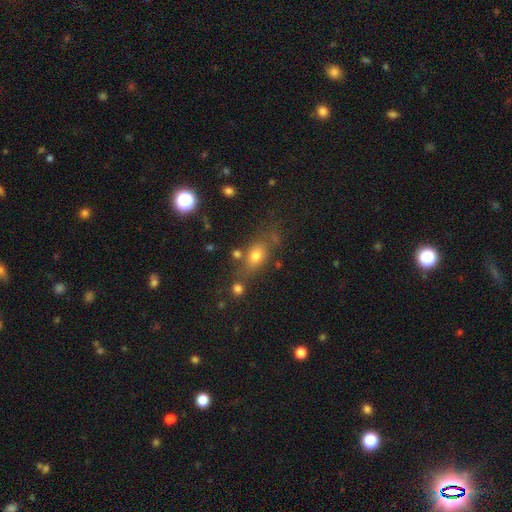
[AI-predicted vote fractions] smooth_or_featured: smooth (p=0.69) [alt: star or artifact p=0.16]
how_rounded: in between (p=0.66) [alt: round p=0.25]
merging: none (p=0.64) [alt: minor disturbance p=0.16]